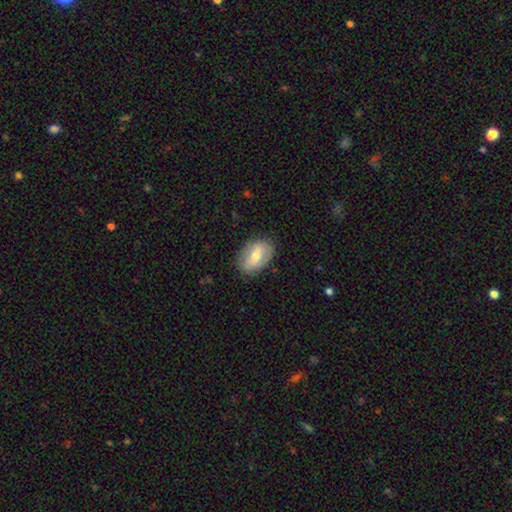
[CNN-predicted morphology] Q: Smooth or featured?
A: smooth (52%); runner-up: featured or disk (41%)
Q: How rounded?
A: in between (85%); runner-up: round (13%)
Q: Merging?
A: none (81%); runner-up: minor disturbance (14%)